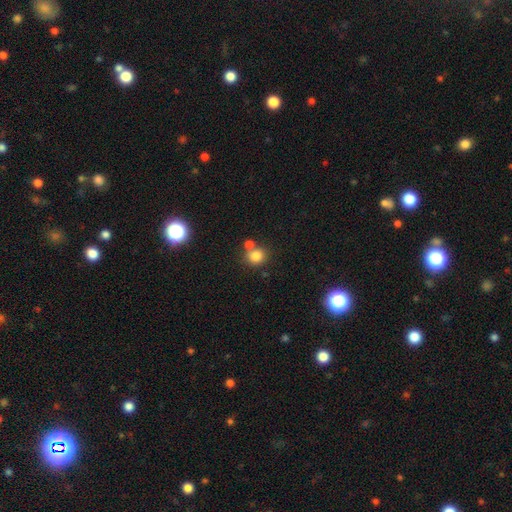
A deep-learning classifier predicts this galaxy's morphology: This appears to be a smooth galaxy with no disk features (81%) that is round (81%). Merging: none (61%).